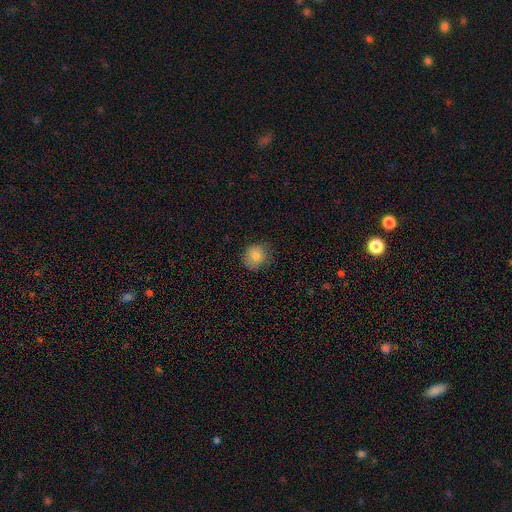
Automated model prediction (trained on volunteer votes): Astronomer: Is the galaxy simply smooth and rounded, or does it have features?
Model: smooth — 84%.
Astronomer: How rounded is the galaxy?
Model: round — 81%.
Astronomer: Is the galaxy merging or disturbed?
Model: none — 76%.